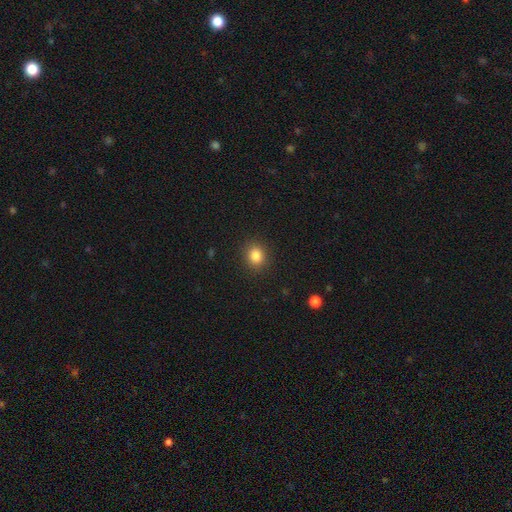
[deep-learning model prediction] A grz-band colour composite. It shows a smooth galaxy with no disk features (84%) that is round (72%). Merging: none (89%).